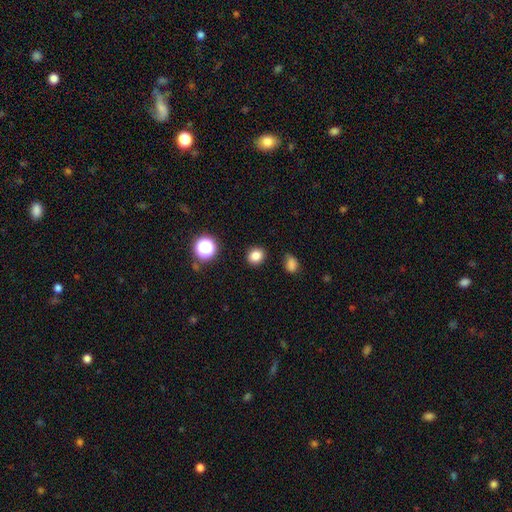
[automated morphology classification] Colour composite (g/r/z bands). It shows a smooth galaxy with no disk features (83%) that is round (75%). Merging: none (88%).